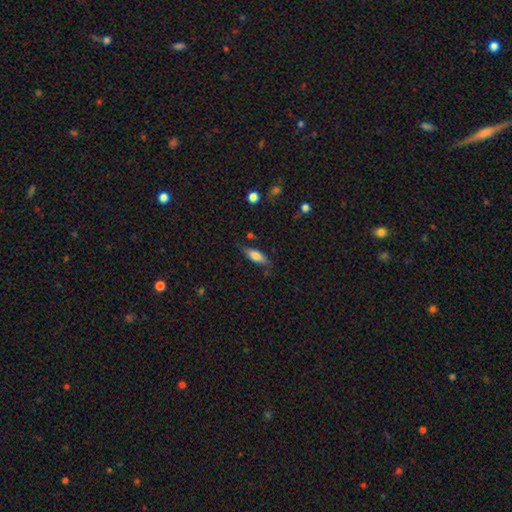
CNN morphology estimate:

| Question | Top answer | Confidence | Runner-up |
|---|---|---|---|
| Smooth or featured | smooth | 71% | featured or disk (22%) |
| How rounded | in between | 59% | cigar-shaped (39%) |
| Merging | none | 73% | minor disturbance (20%) |